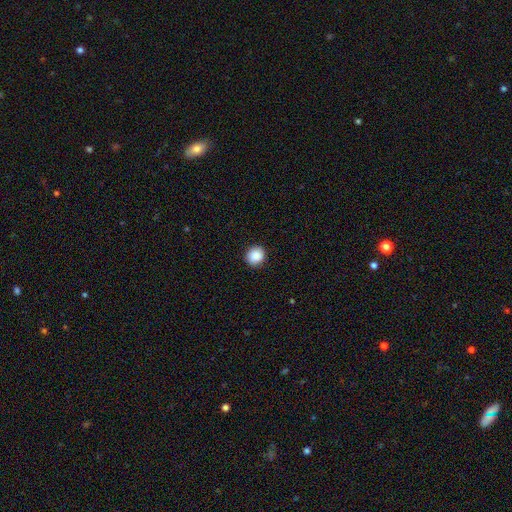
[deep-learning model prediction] Q: Smooth or featured?
A: smooth (88%); runner-up: star or artifact (9%)
Q: How rounded?
A: round (90%); runner-up: in between (9%)
Q: Merging?
A: none (89%); runner-up: minor disturbance (8%)